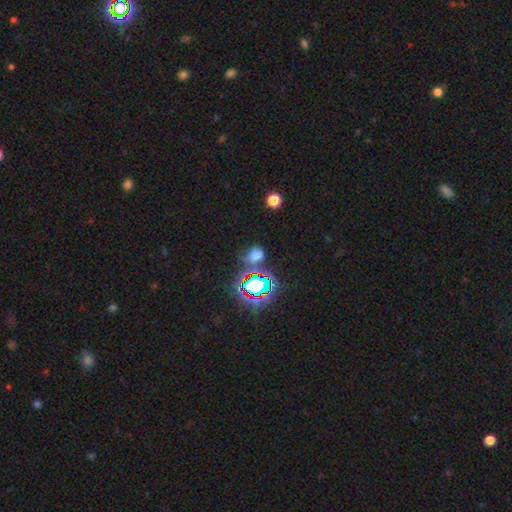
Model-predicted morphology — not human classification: Smooth or featured: smooth — 50% (star or artifact — 41%)
Merging: none — 60% (minor disturbance — 18%)